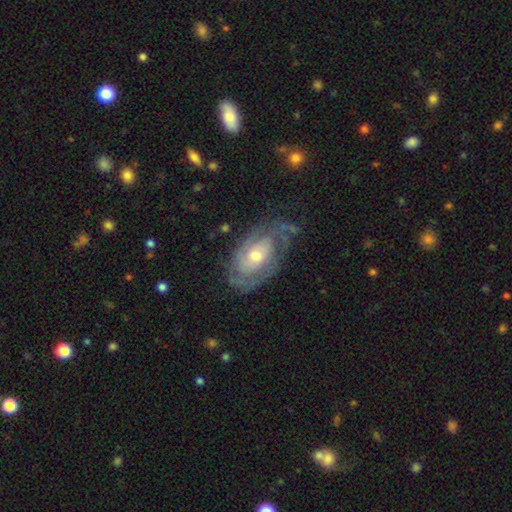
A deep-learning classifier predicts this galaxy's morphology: Smooth or featured: featured or disk — 82% (smooth — 13%)
Edge-on disk: no — 95% (yes — 5%)
Bar: no — 69% (weak — 25%)
Spiral arms: yes — 91% (no — 9%)
Spiral winding: tight — 61% (medium — 30%)
Spiral arm count: 2 — 39% (can't tell — 32%)
Bulge size: moderate — 59% (small — 34%)
Merging: none — 66% (minor disturbance — 21%)